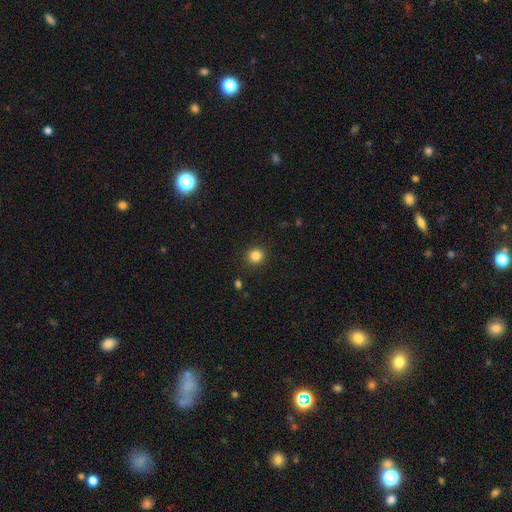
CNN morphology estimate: Q: Smooth or featured?
A: smooth (84%); runner-up: star or artifact (12%)
Q: How rounded?
A: round (91%); runner-up: in between (8%)
Q: Merging?
A: none (91%); runner-up: minor disturbance (6%)